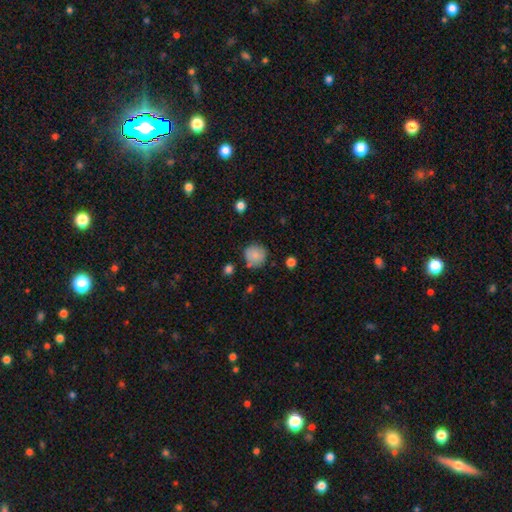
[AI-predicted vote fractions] smooth_or_featured: smooth (p=0.82) [alt: featured or disk p=0.09]
how_rounded: round (p=0.91) [alt: in between p=0.08]
merging: none (p=0.76) [alt: minor disturbance p=0.16]